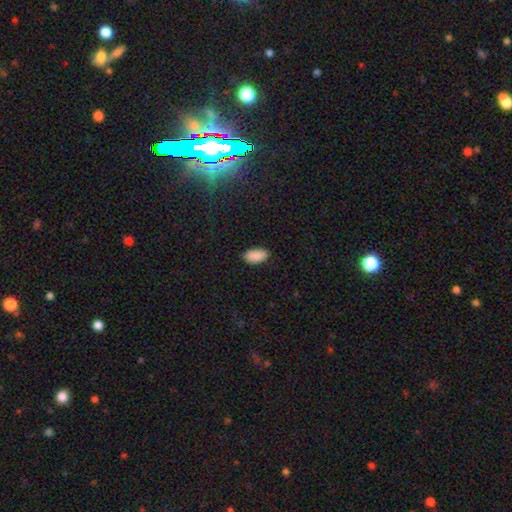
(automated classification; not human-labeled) This is clearly a smooth galaxy (89%). How rounded: clearly in between (95%). Merging: clearly none (86%).